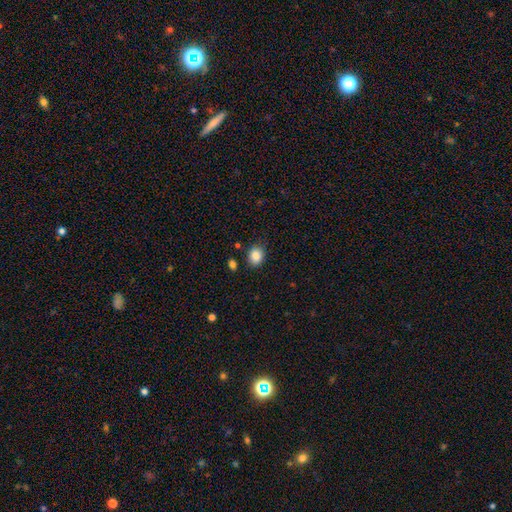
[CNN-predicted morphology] Smooth or featured? smooth (86%)
How rounded? in between (50%)
Merging? none (81%)